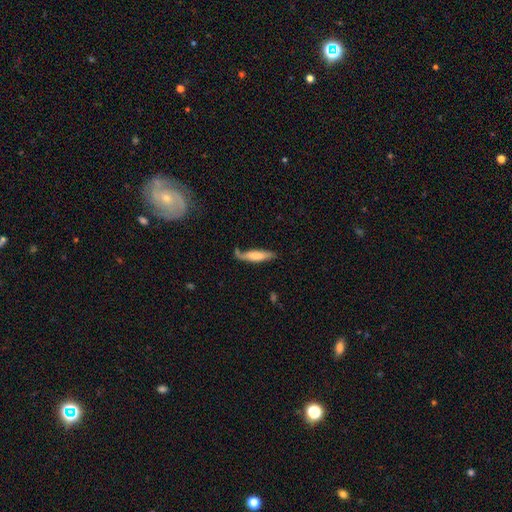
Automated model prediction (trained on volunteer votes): A smooth galaxy with no disk features (65%) that is cigar-shaped (76%). Merging: none (54%).